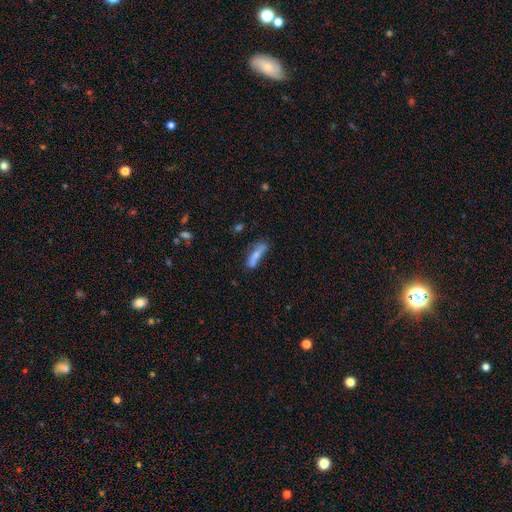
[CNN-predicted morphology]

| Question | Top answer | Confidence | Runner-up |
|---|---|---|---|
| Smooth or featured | smooth | 66% | featured or disk (27%) |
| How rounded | cigar-shaped | 67% | in between (31%) |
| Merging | none | 53% | minor disturbance (26%) |